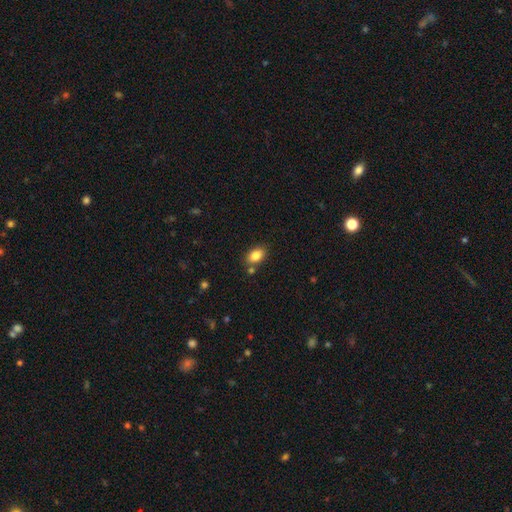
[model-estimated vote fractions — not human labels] The model was most divided on "merging": none: 77%, minor disturbance: 12%, merger: 8%, major disturbance: 3%. More confident: how rounded — in between (85%); smooth or featured — smooth (83%).